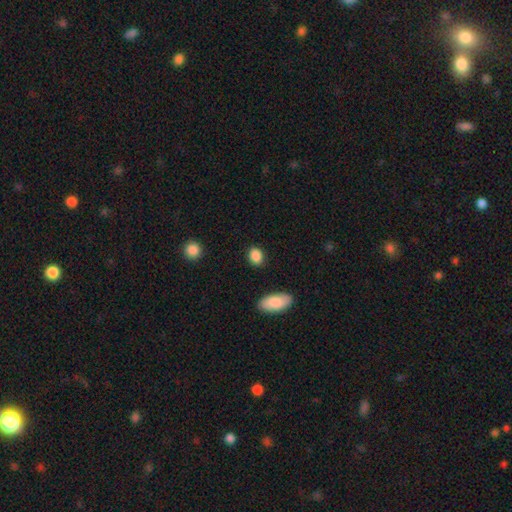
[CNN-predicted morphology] Overall: smooth (89%). How rounded: in between (63%; round 36%). Merging: none (85%).